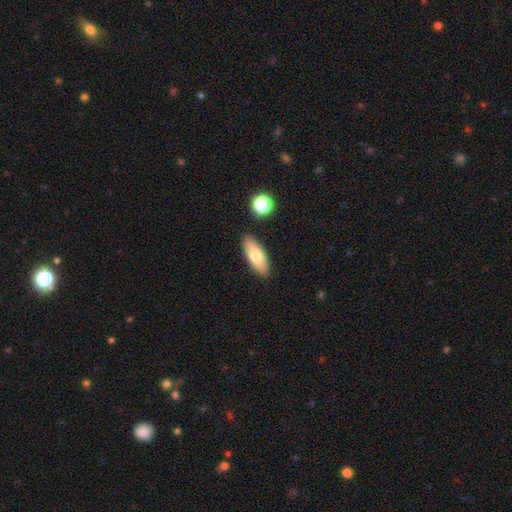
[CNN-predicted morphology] A smooth galaxy with no disk features (75%) that is in between round and cigar-shaped (72%).

Vote fractions:
- Smooth or featured? smooth: 75% / featured or disk: 18% / star or artifact: 7%
- How rounded? in between: 72% / cigar-shaped: 25% / round: 3%
- Merging? none: 87% / minor disturbance: 8% / merger: 3% / major disturbance: 2%